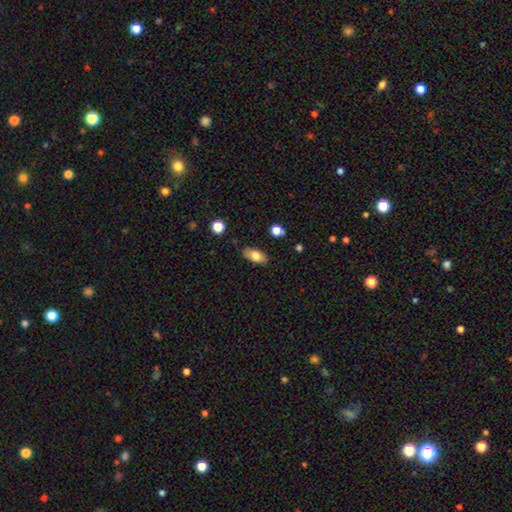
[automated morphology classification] Smooth or featured: smooth — 77% (featured or disk — 15%)
How rounded: in between — 89% (cigar-shaped — 7%)
Merging: none — 84% (minor disturbance — 12%)